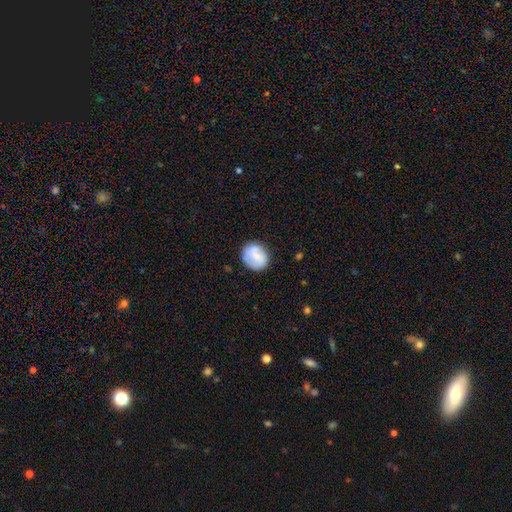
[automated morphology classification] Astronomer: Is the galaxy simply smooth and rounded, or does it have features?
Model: smooth — 67%.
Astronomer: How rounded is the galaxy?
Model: round — 74%.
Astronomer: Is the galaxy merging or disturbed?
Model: none — 70%.